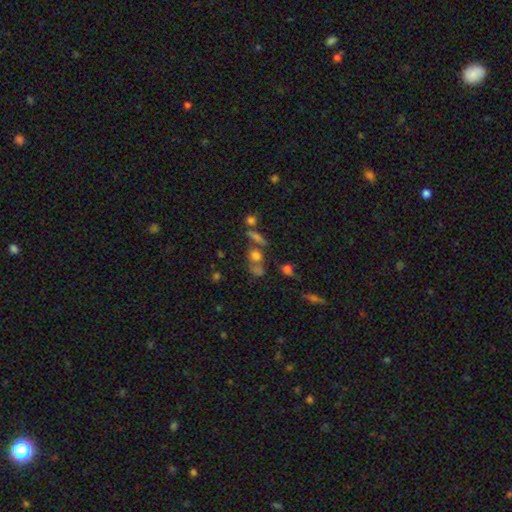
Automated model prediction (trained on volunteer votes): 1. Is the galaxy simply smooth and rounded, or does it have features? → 64% smooth, 21% star or artifact, 15% featured or disk.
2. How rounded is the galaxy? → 53% round, 39% in between, 7% cigar-shaped.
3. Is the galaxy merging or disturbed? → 47% none, 32% merger, 12% minor disturbance, 9% major disturbance.